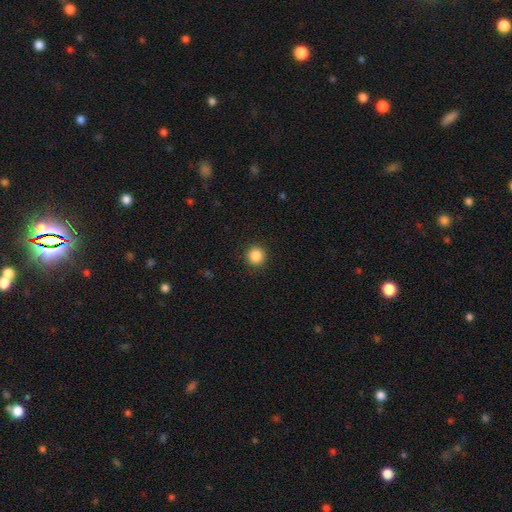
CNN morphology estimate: type=smooth (87%); roundness=round (95%); merging=none (92%).